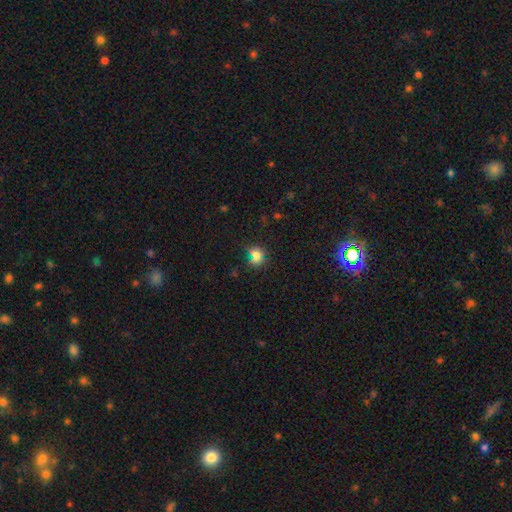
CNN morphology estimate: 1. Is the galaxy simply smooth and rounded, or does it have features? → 72% smooth, 20% star or artifact, 8% featured or disk.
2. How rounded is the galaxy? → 68% round, 30% in between, 2% cigar-shaped.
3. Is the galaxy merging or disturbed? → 59% none, 18% minor disturbance, 14% merger, 9% major disturbance.